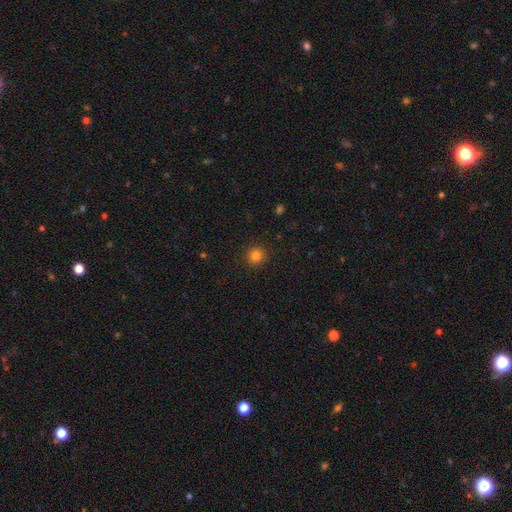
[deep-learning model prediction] smooth-or-featured: smooth: 82% | star or artifact: 13% | featured or disk: 5%
  how-rounded: round: 94% | in between: 5% | cigar-shaped: 1%
  merging: none: 92% | minor disturbance: 5% | major disturbance: 2% | merger: 1%